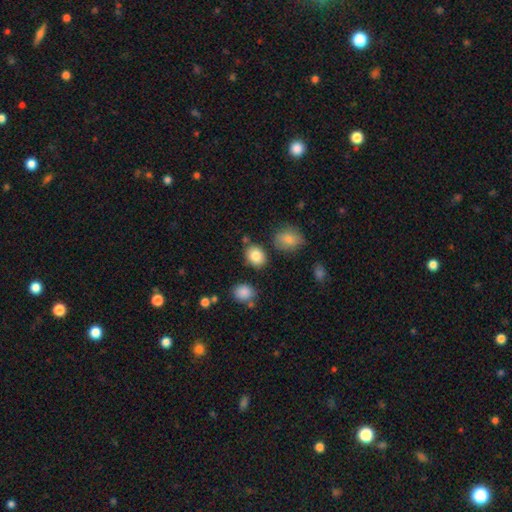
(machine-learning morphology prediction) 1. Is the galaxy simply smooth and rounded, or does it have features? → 83% smooth, 9% star or artifact, 7% featured or disk.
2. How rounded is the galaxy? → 52% in between, 47% round, 1% cigar-shaped.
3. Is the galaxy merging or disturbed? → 80% none, 11% minor disturbance, 6% merger, 3% major disturbance.